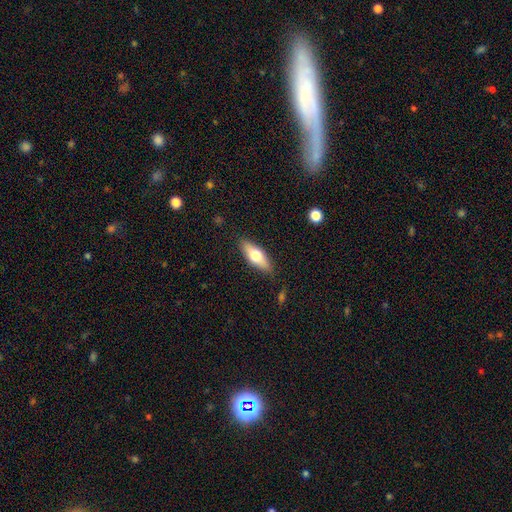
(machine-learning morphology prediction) type=smooth (61%); roundness=in between (67%); merging=none (86%).